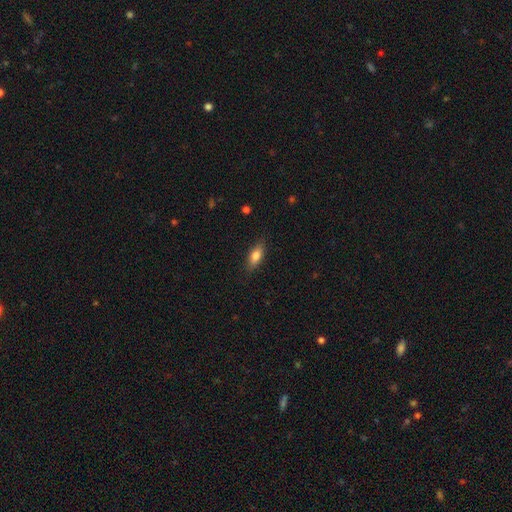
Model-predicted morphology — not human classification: Smooth or featured? Predicted: smooth (p=0.79). How rounded? Predicted: in between (p=0.75). Merging? Predicted: none (p=0.84).